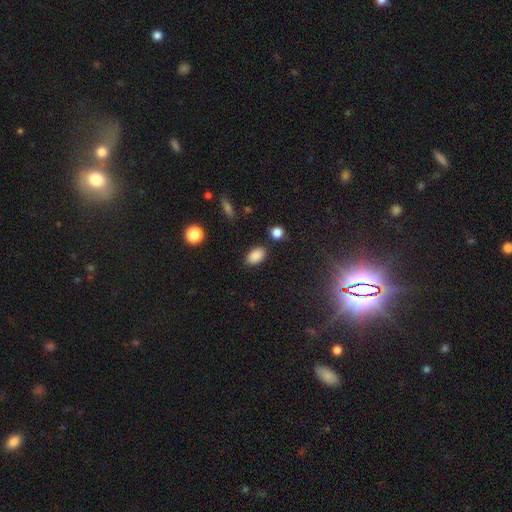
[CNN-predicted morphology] This is clearly a smooth galaxy (87%). How rounded: clearly in between (91%). Merging: clearly none (84%).